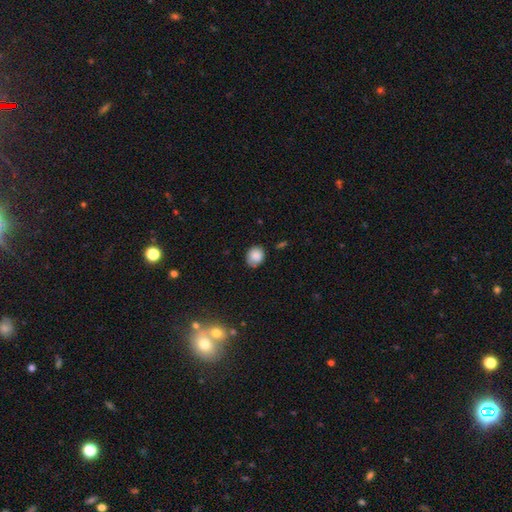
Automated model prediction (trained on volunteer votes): Q: Smooth or featured?
A: smooth (86%); runner-up: star or artifact (9%)
Q: How rounded?
A: round (72%); runner-up: in between (27%)
Q: Merging?
A: none (73%); runner-up: minor disturbance (21%)